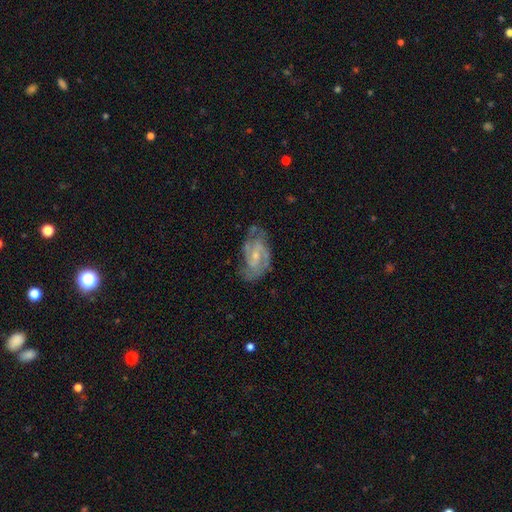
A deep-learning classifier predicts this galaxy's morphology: Smooth or featured?
  - featured or disk: 83% *
  - smooth: 11%
  - star or artifact: 6%
Edge-on disk?
  - no: 97% *
  - yes: 3%
Bar?
  - weak: 48% *
  - no: 39%
  - strong: 13%
Spiral arms?
  - yes: 93% *
  - no: 7%
Spiral winding?
  - medium: 49% *
  - tight: 37%
  - loose: 14%
Spiral arm count?
  - 2: 66% *
  - can't tell: 14%
  - 3: 13%
  - 1: 3%
  - 4: 3%
  - more than 4: 2%
Bulge size?
  - small: 62% *
  - moderate: 31%
  - none: 5%
  - large: 1%
  - dominant: 1%
Merging?
  - none: 64% *
  - minor disturbance: 24%
  - major disturbance: 10%
  - merger: 2%